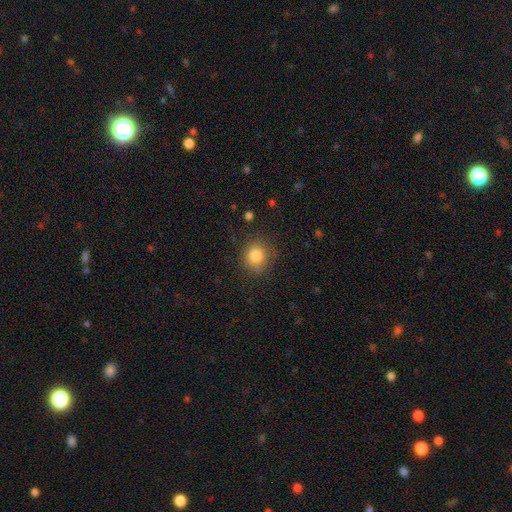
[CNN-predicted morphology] This appears to be a smooth galaxy with no disk features (82%) that is round (85%). Merging: none (83%).